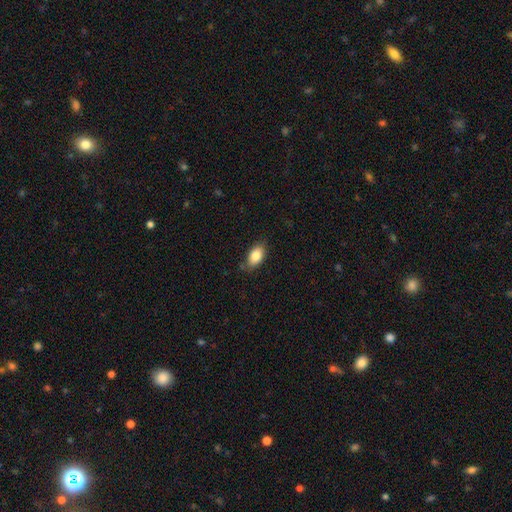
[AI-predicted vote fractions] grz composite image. It shows a smooth galaxy with no disk features (83%) that is in between round and cigar-shaped (91%). Merging: none (77%).